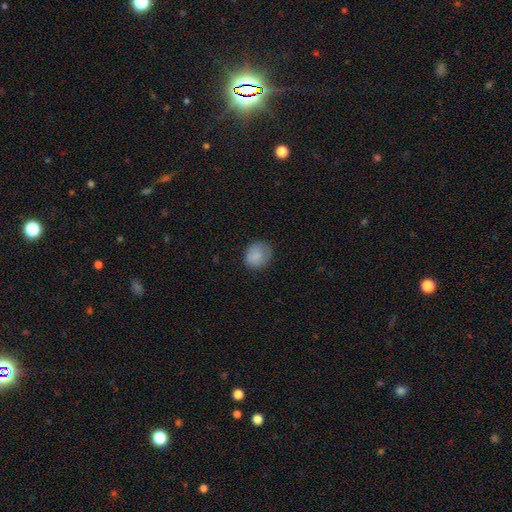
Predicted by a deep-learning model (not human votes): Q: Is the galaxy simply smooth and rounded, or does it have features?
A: smooth — 84%.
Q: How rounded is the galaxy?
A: round — 67%.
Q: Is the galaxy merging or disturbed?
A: none — 73%.